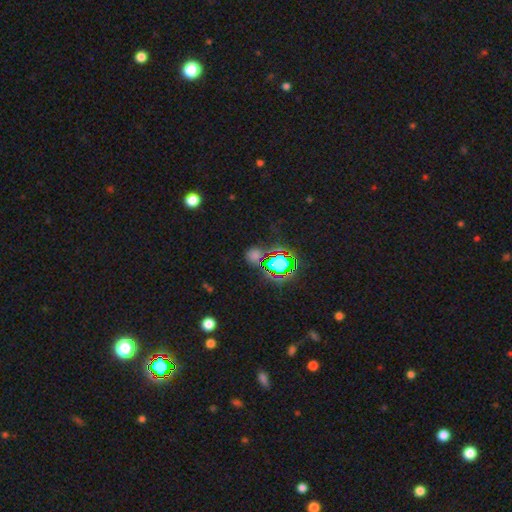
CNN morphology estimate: This appears to be a star or artifact, not a galaxy (61%).